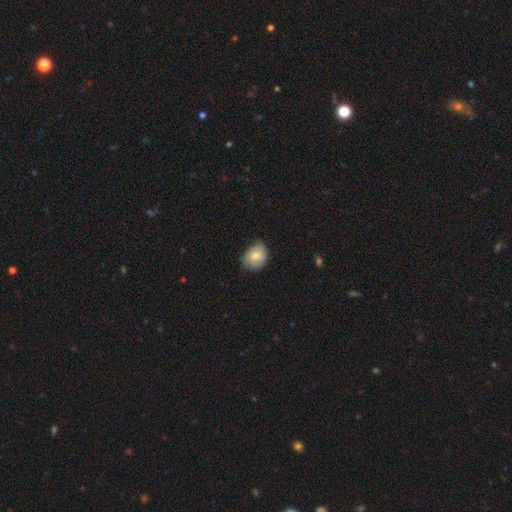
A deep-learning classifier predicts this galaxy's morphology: This is likely a smooth galaxy (68%). How rounded: possibly round (50%). Merging: likely none (64%).